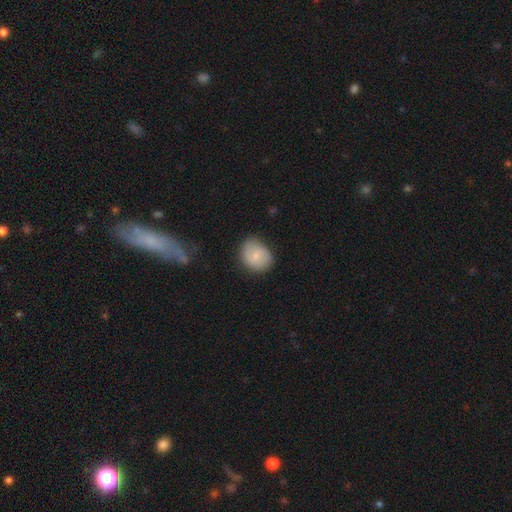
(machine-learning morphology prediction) This is likely a smooth galaxy (72%). How rounded: possibly round (58%). Merging: likely none (73%).